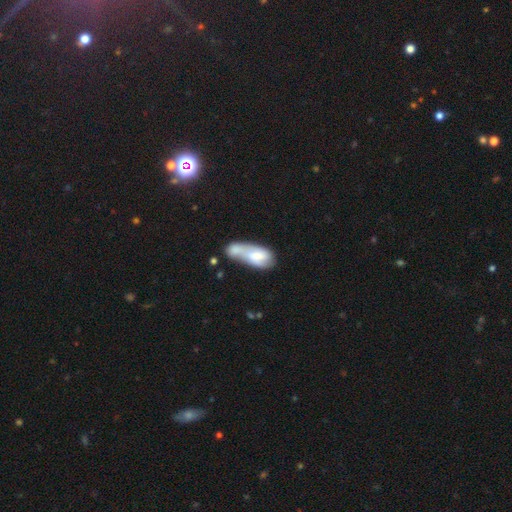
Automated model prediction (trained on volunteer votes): The model was most divided on "smooth or featured": smooth: 62%, featured or disk: 32%, star or artifact: 6%. More confident: how rounded — in between (85%); merging — merger (65%).